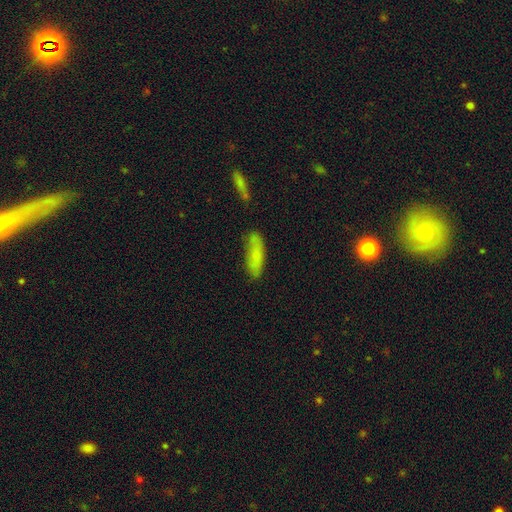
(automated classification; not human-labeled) A smooth galaxy with no disk features (73%) that is in between round and cigar-shaped (52%).

Vote fractions:
- Smooth or featured? smooth: 73% / featured or disk: 19% / star or artifact: 8%
- How rounded? in between: 52% / cigar-shaped: 46% / round: 2%
- Merging? none: 68% / minor disturbance: 22% / major disturbance: 5% / merger: 5%